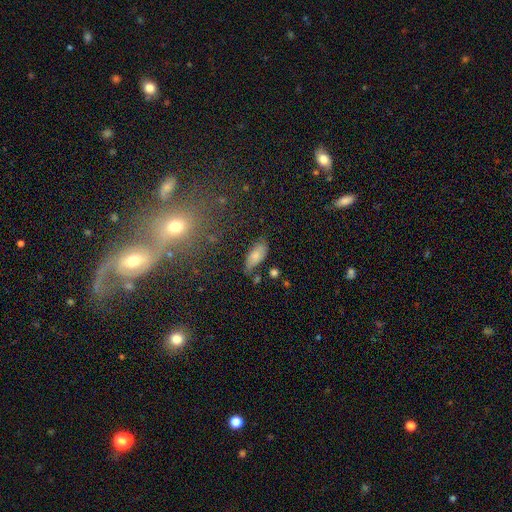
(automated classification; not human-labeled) Overall: smooth (76%). How rounded: in between (86%). Merging: none (63%; minor disturbance 25%).